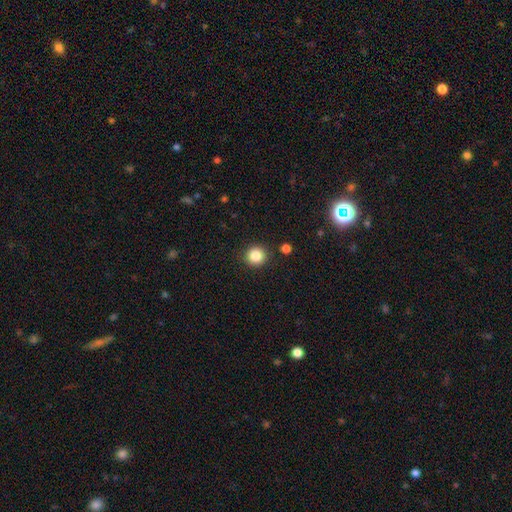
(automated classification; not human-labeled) Smooth or featured?
  - smooth: 84% *
  - star or artifact: 11%
  - featured or disk: 5%
How rounded?
  - round: 92% *
  - in between: 7%
  - cigar-shaped: 1%
Merging?
  - none: 90% *
  - minor disturbance: 6%
  - major disturbance: 2%
  - merger: 2%